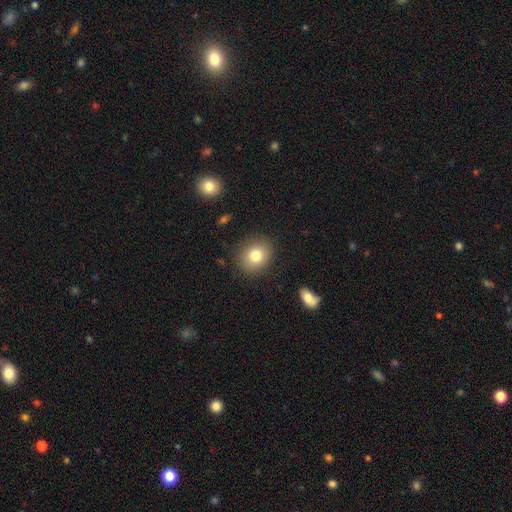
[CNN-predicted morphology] The model was most divided on "how rounded": round: 72%, in between: 27%, cigar-shaped: 1%. More confident: merging — none (87%); smooth or featured — smooth (80%).